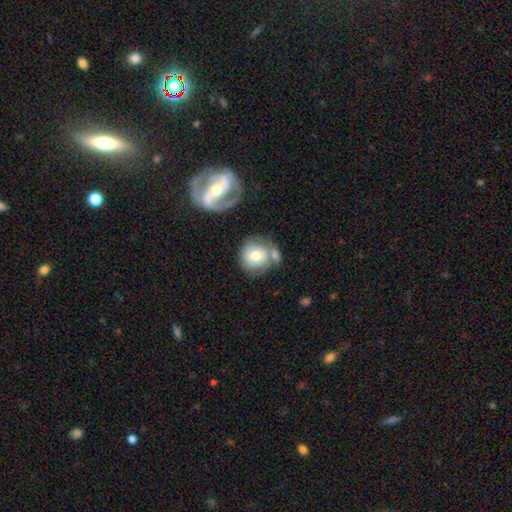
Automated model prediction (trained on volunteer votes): Q: Smooth or featured?
A: smooth (63%); runner-up: featured or disk (30%)
Q: How rounded?
A: round (87%); runner-up: in between (12%)
Q: Merging?
A: none (46%); runner-up: merger (31%)